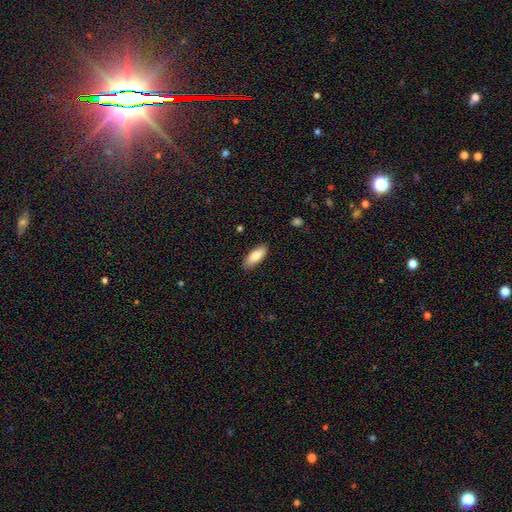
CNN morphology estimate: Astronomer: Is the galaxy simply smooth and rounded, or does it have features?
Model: smooth — 85%.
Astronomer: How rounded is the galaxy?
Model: in between — 75%.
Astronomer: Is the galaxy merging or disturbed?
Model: none — 86%.